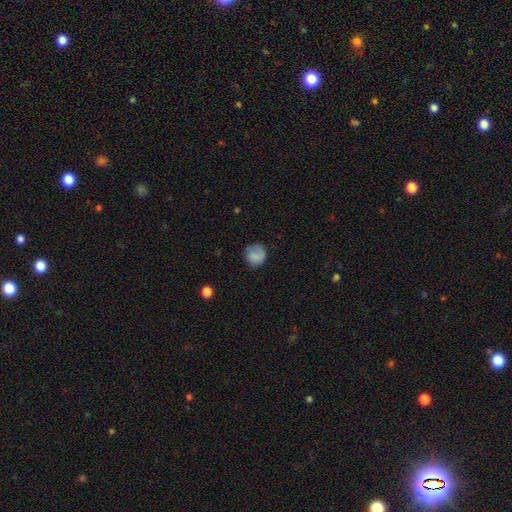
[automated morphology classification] smooth_or_featured: smooth (p=0.80) [alt: featured or disk p=0.12]
how_rounded: round (p=0.86) [alt: in between p=0.13]
merging: none (p=0.72) [alt: minor disturbance p=0.19]